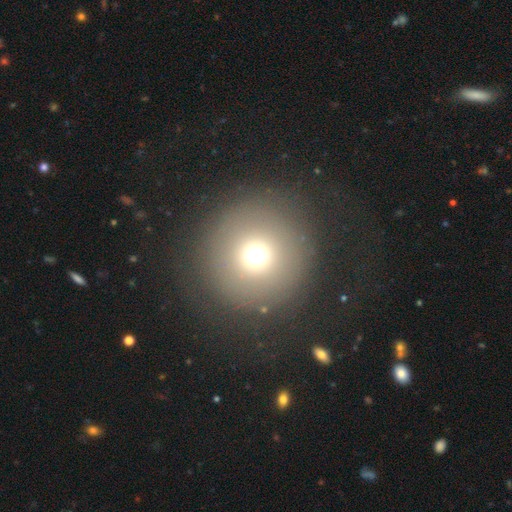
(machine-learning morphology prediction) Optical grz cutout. It shows a smooth galaxy with no disk features (69%) that is round (96%). Merging: none (86%).